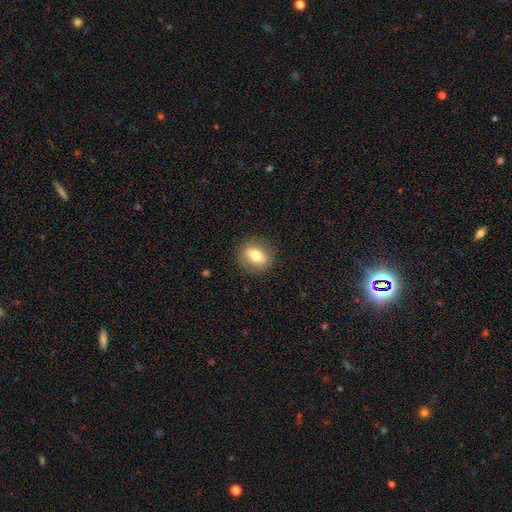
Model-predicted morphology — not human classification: smooth_or_featured: smooth (p=0.70) [alt: featured or disk p=0.22]
how_rounded: round (p=0.51) [alt: in between p=0.46]
merging: none (p=0.87) [alt: minor disturbance p=0.09]